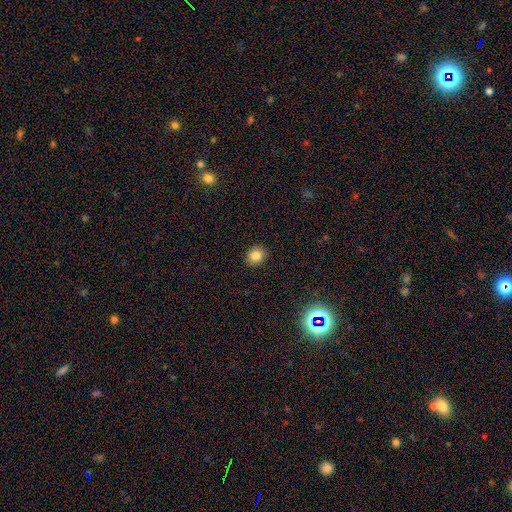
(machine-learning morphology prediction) A smooth galaxy with no disk features (82%) that is round (70%).

Vote fractions:
- Smooth or featured? smooth: 82% / star or artifact: 12% / featured or disk: 7%
- How rounded? round: 70% / in between: 29% / cigar-shaped: 1%
- Merging? none: 90% / minor disturbance: 7% / major disturbance: 2% / merger: 1%